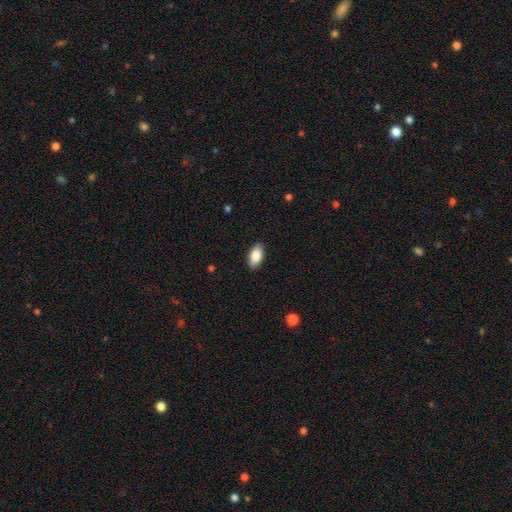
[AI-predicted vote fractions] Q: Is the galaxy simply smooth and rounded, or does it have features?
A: smooth — 87%.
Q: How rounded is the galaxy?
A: in between — 93%.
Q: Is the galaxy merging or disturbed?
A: none — 90%.